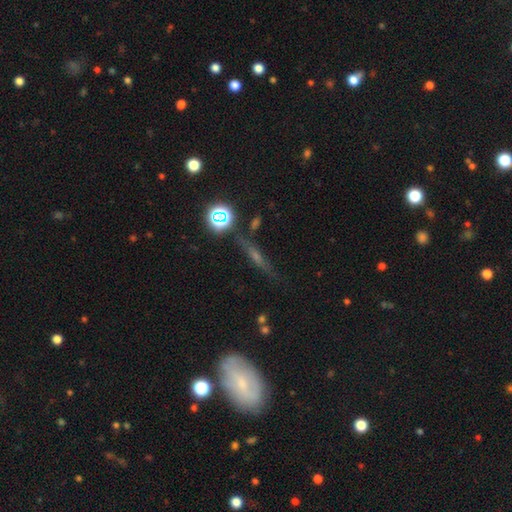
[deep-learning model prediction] This appears to be a featured or disk galaxy (59%) viewed edge-on (83%). Merging: none (77%).